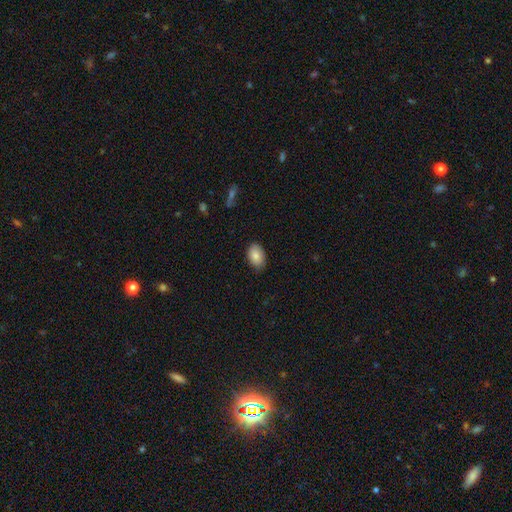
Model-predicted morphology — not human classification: Smooth or featured? smooth (86%)
How rounded? in between (88%)
Merging? none (81%)